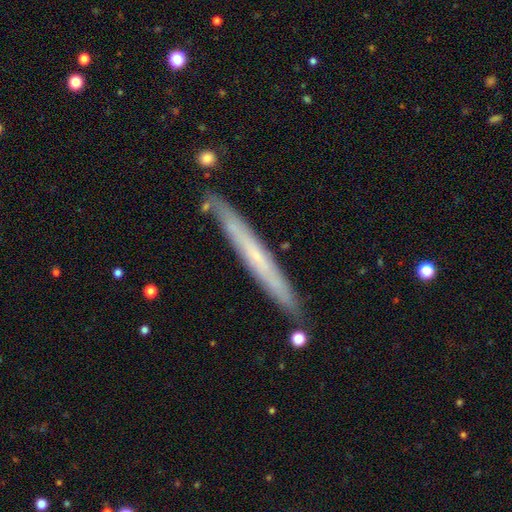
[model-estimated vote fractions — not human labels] Overall: featured or disk (56%; smooth 38%). Edge-on disk: yes (91%). Edge-on bulge: none (81%). Merging: none (86%).